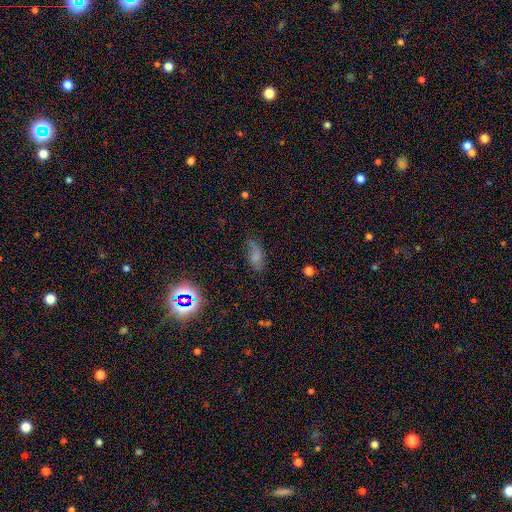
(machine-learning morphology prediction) A smooth galaxy with no disk features (62%) that is in between round and cigar-shaped (82%). Merging: none (53%).